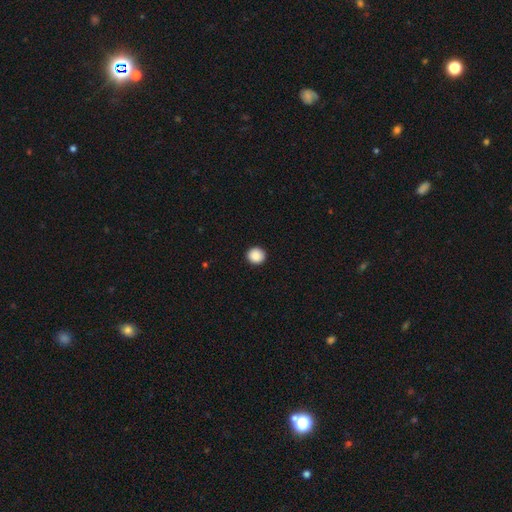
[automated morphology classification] Overall: smooth (90%). How rounded: round (93%). Merging: none (93%).